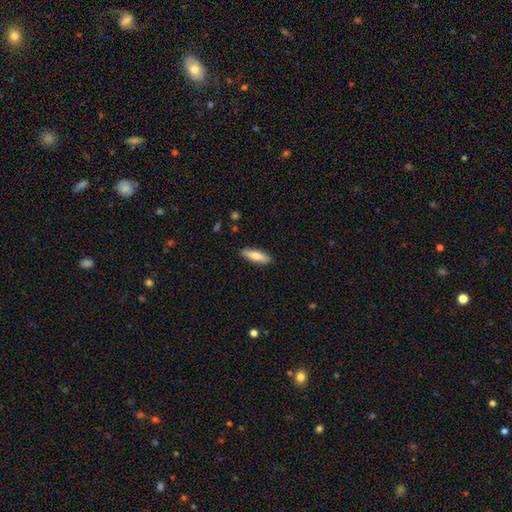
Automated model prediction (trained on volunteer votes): Smooth or featured? Predicted: smooth (p=0.66). How rounded? Predicted: cigar-shaped (p=0.57). Merging? Predicted: none (p=0.88).